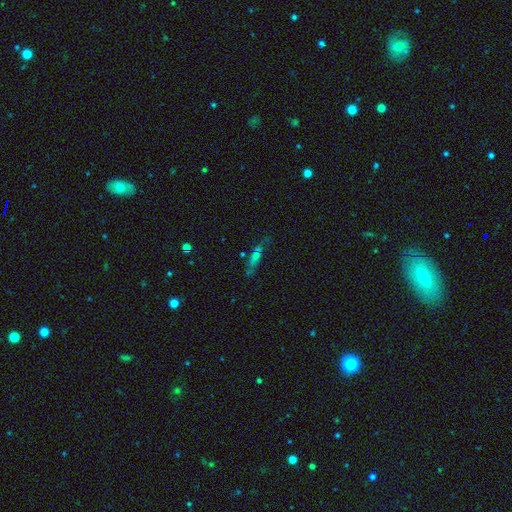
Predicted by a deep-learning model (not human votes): Q: Smooth or featured?
A: smooth (41%); runner-up: featured or disk (36%)
Q: Merging?
A: none (62%); runner-up: minor disturbance (20%)